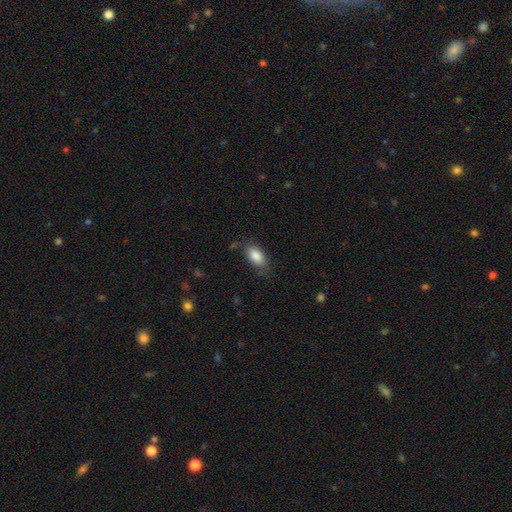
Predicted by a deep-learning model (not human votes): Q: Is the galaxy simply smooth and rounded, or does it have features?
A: smooth — 86%.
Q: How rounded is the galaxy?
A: in between — 91%.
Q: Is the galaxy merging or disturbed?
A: none — 74%.